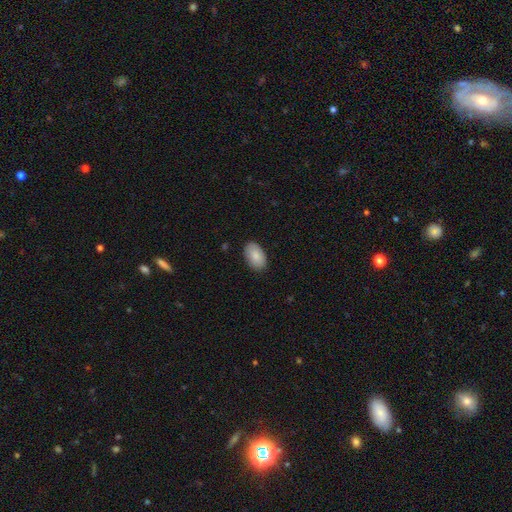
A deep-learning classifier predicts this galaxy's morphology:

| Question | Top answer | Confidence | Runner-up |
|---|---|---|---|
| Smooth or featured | smooth | 87% | featured or disk (7%) |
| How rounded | in between | 94% | round (5%) |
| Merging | none | 87% | minor disturbance (10%) |